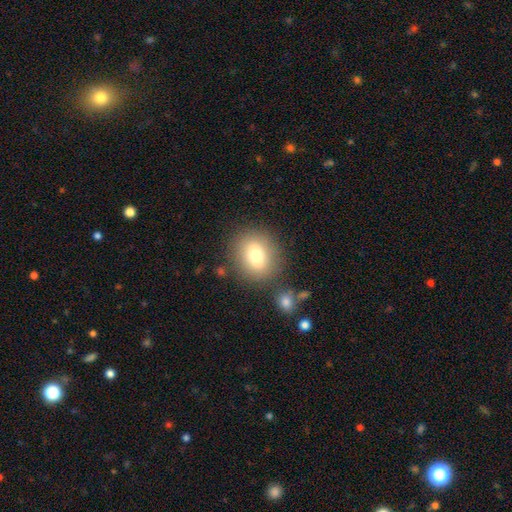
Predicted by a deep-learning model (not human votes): Overall: smooth (75%). How rounded: round (70%). Merging: none (78%).